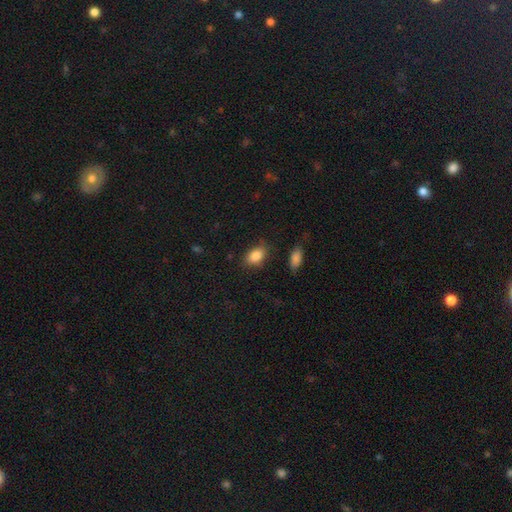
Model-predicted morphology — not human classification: The model was most divided on "merging": none: 76%, minor disturbance: 18%, major disturbance: 4%, merger: 2%. More confident: smooth or featured — smooth (86%); how rounded — in between (86%).